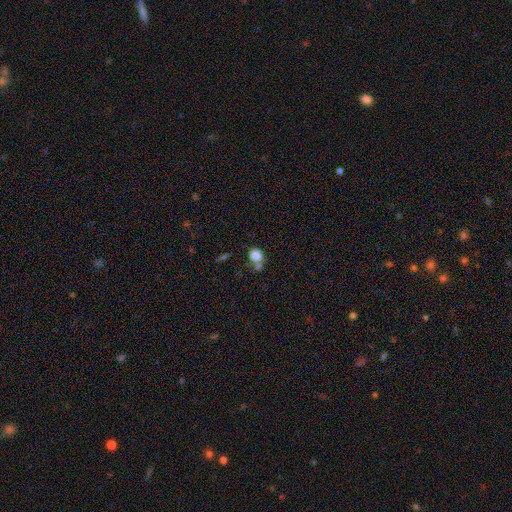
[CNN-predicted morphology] Smooth or featured?
  - smooth: 81% *
  - star or artifact: 10%
  - featured or disk: 9%
How rounded?
  - round: 76% *
  - in between: 23%
  - cigar-shaped: 1%
Merging?
  - none: 51% *
  - merger: 30%
  - minor disturbance: 14%
  - major disturbance: 6%